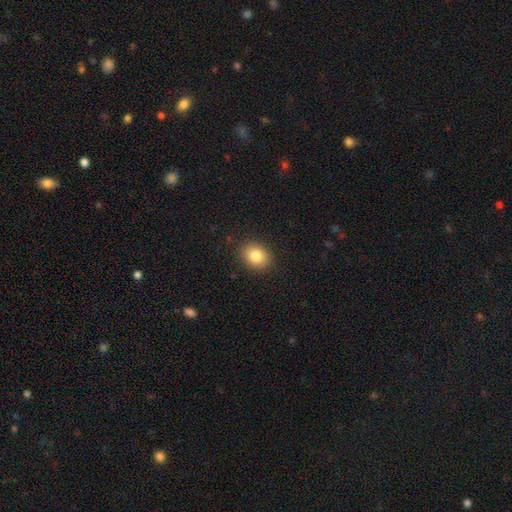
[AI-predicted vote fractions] Morphology: type=smooth (84%); roundness=round (50%, tied with in between); merging=none (89%).